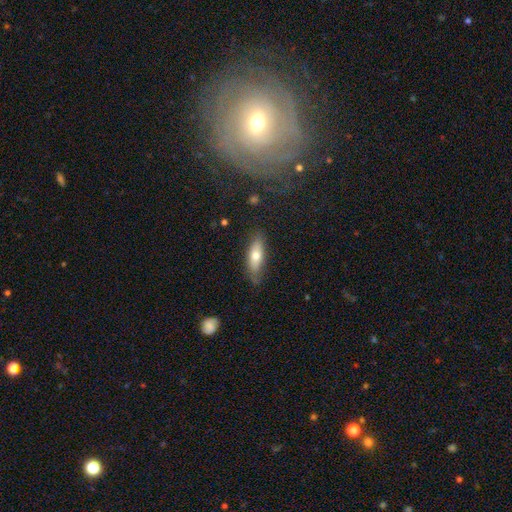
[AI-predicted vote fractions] Smooth or featured?
  - smooth: 67% *
  - featured or disk: 26%
  - star or artifact: 7%
How rounded?
  - in between: 58% *
  - cigar-shaped: 40%
  - round: 3%
Merging?
  - none: 77% *
  - minor disturbance: 17%
  - major disturbance: 4%
  - merger: 2%